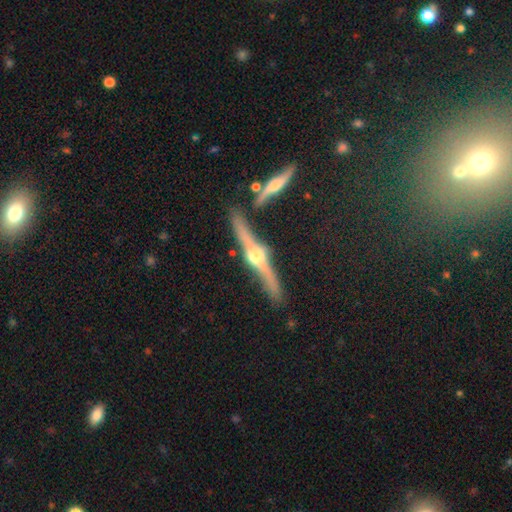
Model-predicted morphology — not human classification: This is clearly a featured or disk galaxy (83%). It is clearly viewed edge-on (97%). Edge-on bulge: clearly rounded (95%). Merging: likely none (77%).